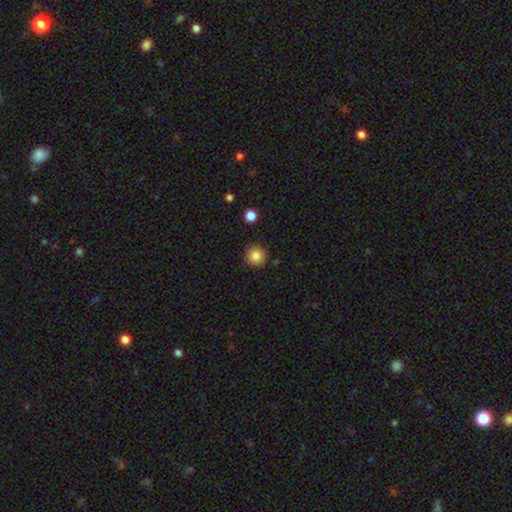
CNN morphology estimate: A smooth galaxy with no disk features (85%) that is round (95%). Merging: none (90%).